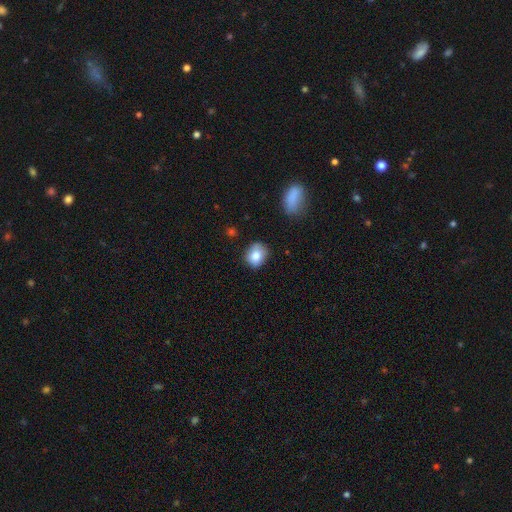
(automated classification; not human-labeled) smooth 83%, featured or disk 9%, star or artifact 9%. Down the decision tree: how rounded — round (57%); merging — none (71%).